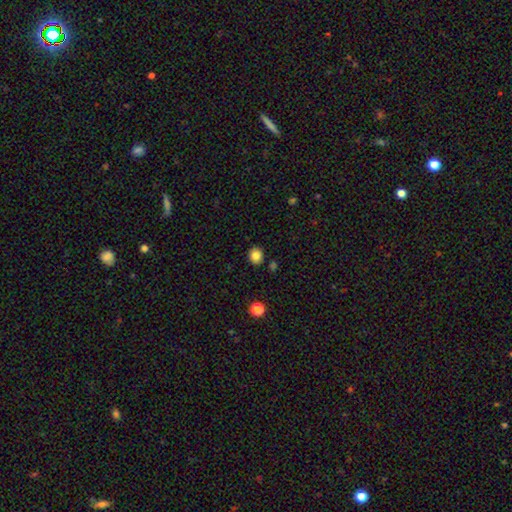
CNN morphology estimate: Smooth or featured: smooth — 84% (star or artifact — 11%)
How rounded: round — 70% (in between — 29%)
Merging: none — 88% (minor disturbance — 8%)